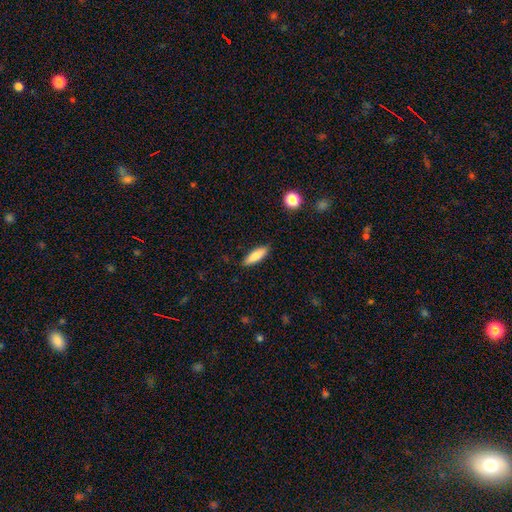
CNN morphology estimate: The model was most divided on "how rounded": cigar-shaped: 53%, in between: 45%, round: 2%. More confident: merging — none (87%); smooth or featured — smooth (81%).